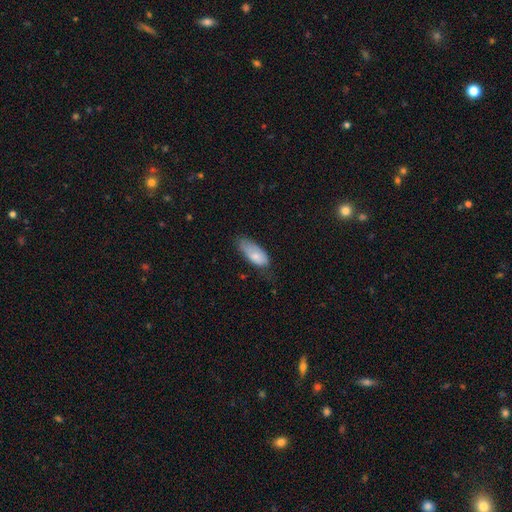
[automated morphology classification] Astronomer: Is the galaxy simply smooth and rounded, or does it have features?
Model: smooth — 80%.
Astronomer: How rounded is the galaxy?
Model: in between — 86%.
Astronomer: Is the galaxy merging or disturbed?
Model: none — 42% (runner-up: minor disturbance, 41%).